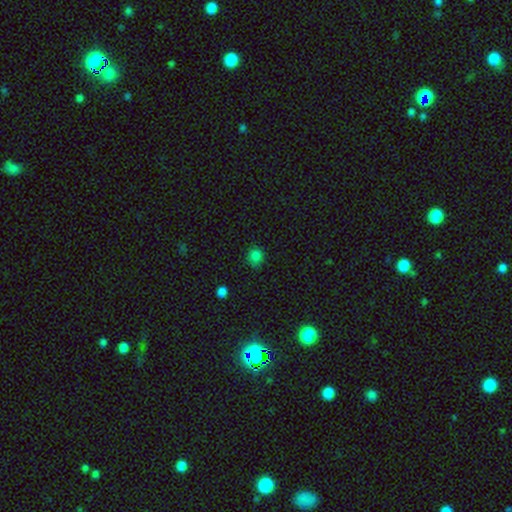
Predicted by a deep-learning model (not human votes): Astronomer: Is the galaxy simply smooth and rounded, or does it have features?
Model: smooth — 81%.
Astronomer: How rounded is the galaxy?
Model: round — 78%.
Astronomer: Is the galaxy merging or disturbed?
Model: none — 76%.